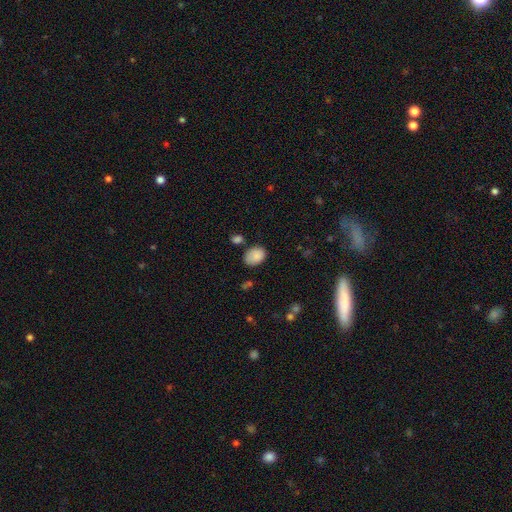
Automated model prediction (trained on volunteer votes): Smooth or featured? smooth (87%)
How rounded? in between (80%)
Merging? none (69%)